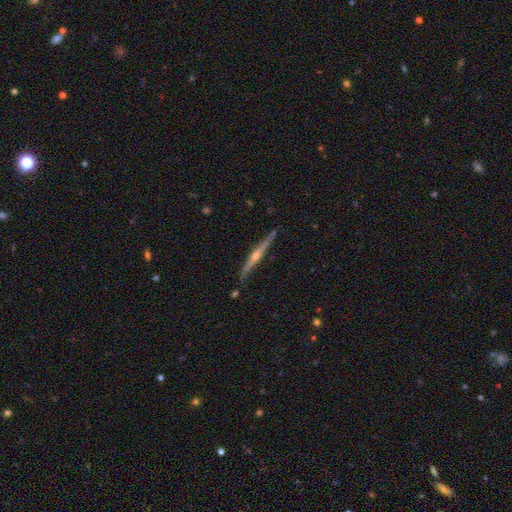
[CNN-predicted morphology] Overall: featured or disk (81%). Edge-on disk: yes (98%). Edge-on bulge: rounded (87%). Merging: none (85%).